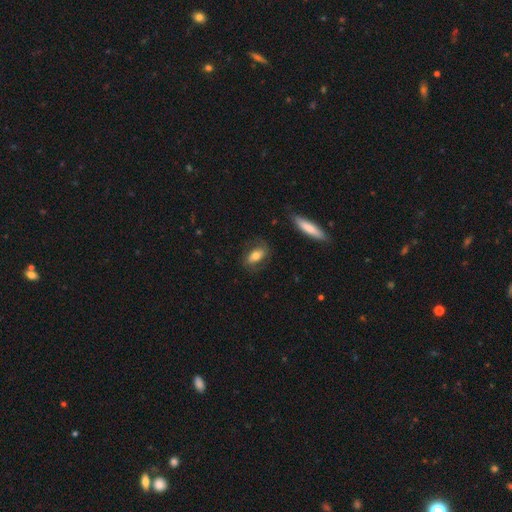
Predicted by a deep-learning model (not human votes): Morphology: type=smooth (61%); roundness=in between (81%); merging=none (72%).